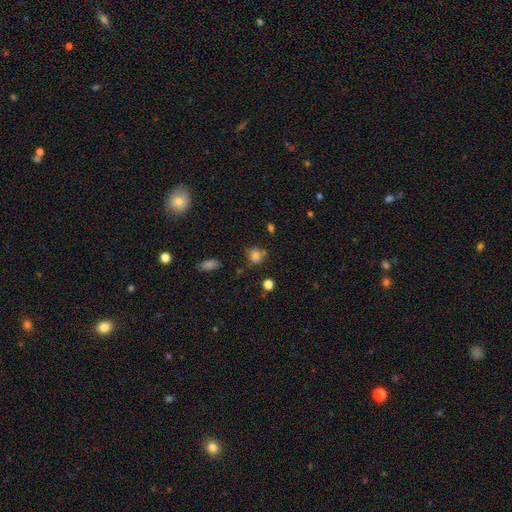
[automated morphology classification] smooth 77%, star or artifact 14%, featured or disk 8%. Down the decision tree: how rounded — round (67%); merging — none (62%).